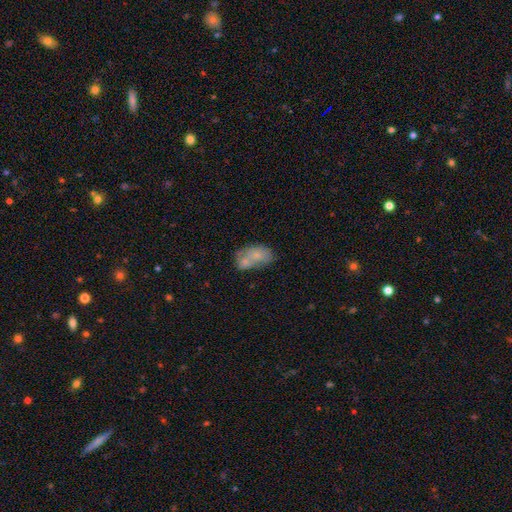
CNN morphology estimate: This appears to be a smooth galaxy with no disk features (67%) that is in between round and cigar-shaped (87%). Merging: merger (51%).